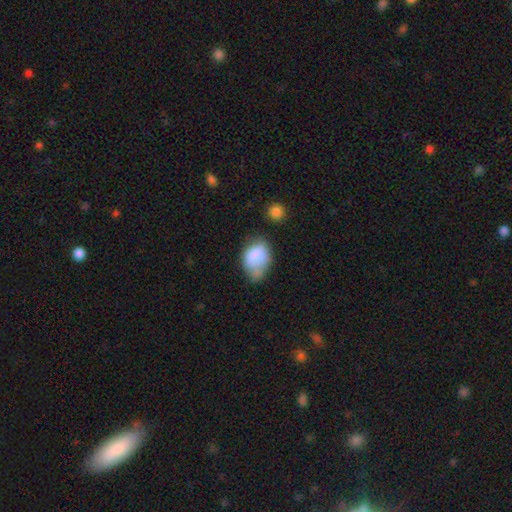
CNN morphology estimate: A smooth galaxy with no disk features (77%) that is in between round and cigar-shaped (80%).

Vote fractions:
- Smooth or featured? smooth: 77% / featured or disk: 14% / star or artifact: 9%
- How rounded? in between: 80% / round: 19% / cigar-shaped: 1%
- Merging? minor disturbance: 41% / none: 27% / major disturbance: 23% / merger: 10%